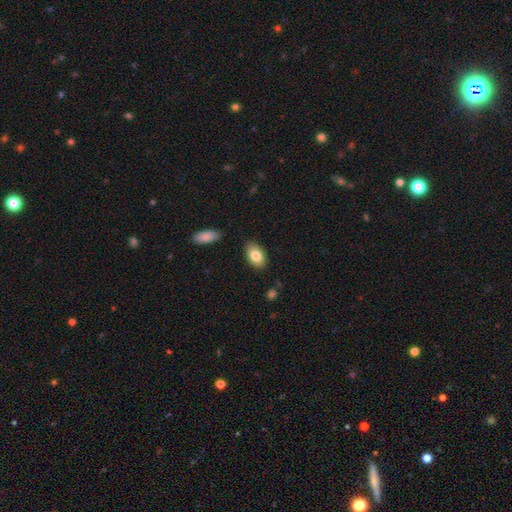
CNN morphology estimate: Q: Smooth or featured?
A: smooth (81%); runner-up: featured or disk (12%)
Q: How rounded?
A: in between (92%); runner-up: round (7%)
Q: Merging?
A: none (85%); runner-up: minor disturbance (11%)